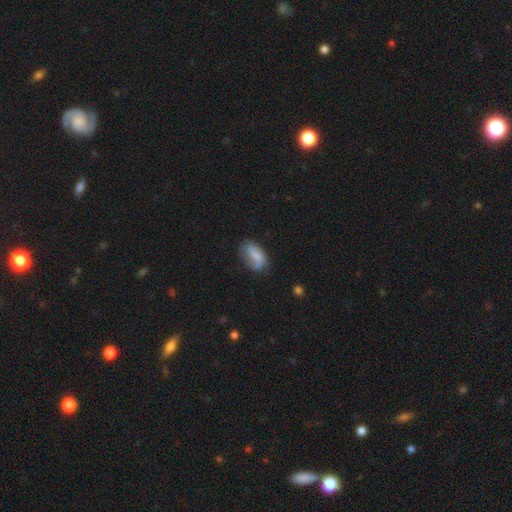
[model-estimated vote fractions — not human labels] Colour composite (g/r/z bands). It shows a smooth galaxy with no disk features (66%) that is in between round and cigar-shaped (91%). Merging: none (52%).